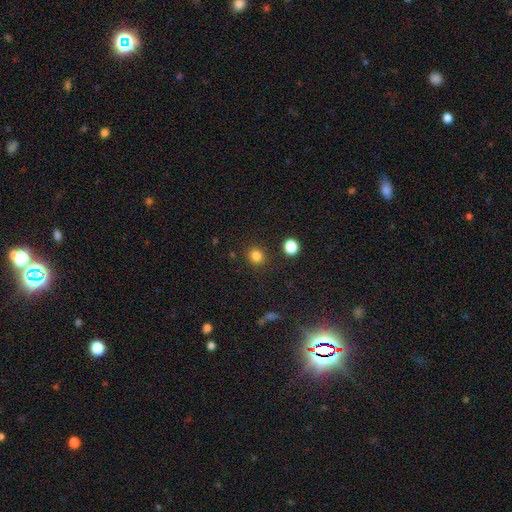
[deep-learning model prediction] The model was most divided on "how rounded": round: 84%, in between: 15%, cigar-shaped: 1%. More confident: merging — none (87%); smooth or featured — smooth (83%).